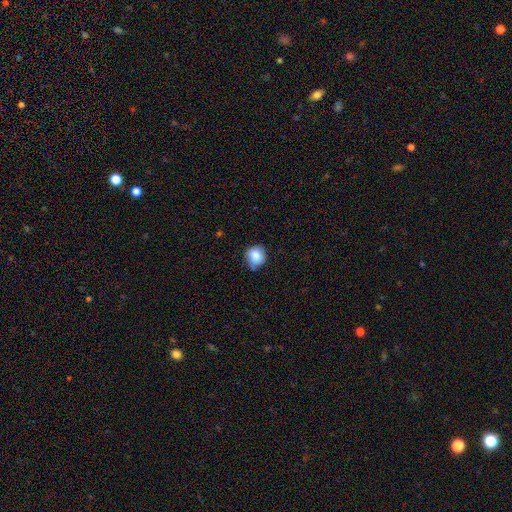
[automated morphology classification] Smooth or featured? smooth (82%)
How rounded? round (85%)
Merging? none (66%)